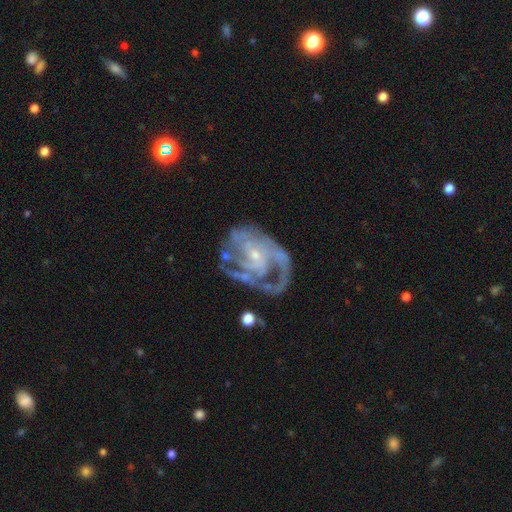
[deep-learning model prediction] A featured or disk galaxy (84%) with no bar (62%), tight (45%) spiral arms (86%) and a small central bulge (77%).

Vote fractions:
- Smooth or featured? featured or disk: 84% / smooth: 9% / star or artifact: 7%
- Edge-on disk? no: 97% / yes: 3%
- Bar? no: 62% / weak: 30% / strong: 8%
- Spiral arms? yes: 86% / no: 14%
- Spiral winding? tight: 45% / medium: 40% / loose: 16%
- Spiral arm count? can't tell: 34% / 2: 24% / 3: 20% / 1: 10% / 4: 8% / more than 4: 5%
- Bulge size? small: 77% / moderate: 16% / none: 4% / large: 1% / dominant: 1%
- Merging? none: 46% / major disturbance: 29% / minor disturbance: 21% / merger: 4%